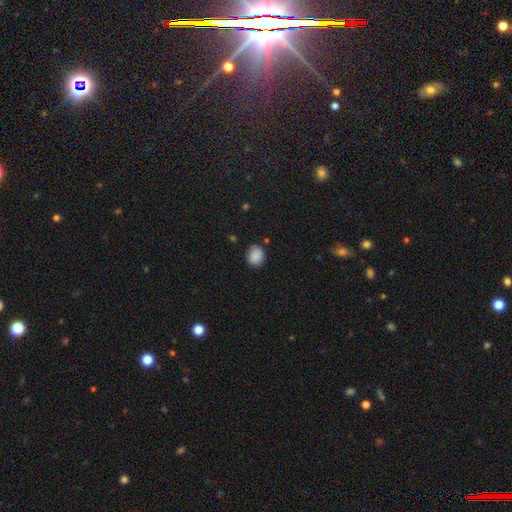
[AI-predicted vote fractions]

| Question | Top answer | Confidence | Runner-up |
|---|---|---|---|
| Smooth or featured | smooth | 88% | star or artifact (9%) |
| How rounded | round | 57% | in between (42%) |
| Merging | none | 82% | minor disturbance (13%) |